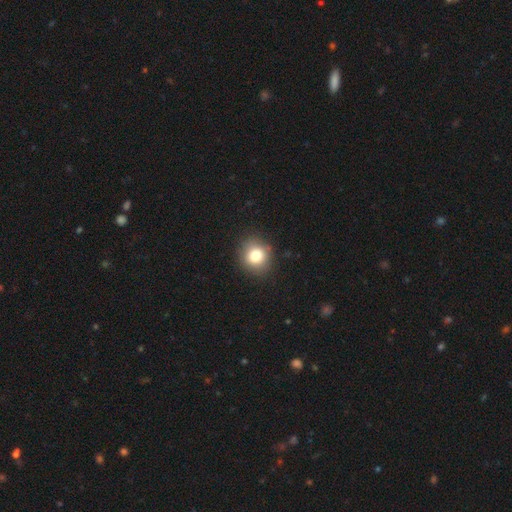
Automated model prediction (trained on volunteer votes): This appears to be a smooth galaxy with no disk features (79%) that is round (84%). Merging: none (87%).